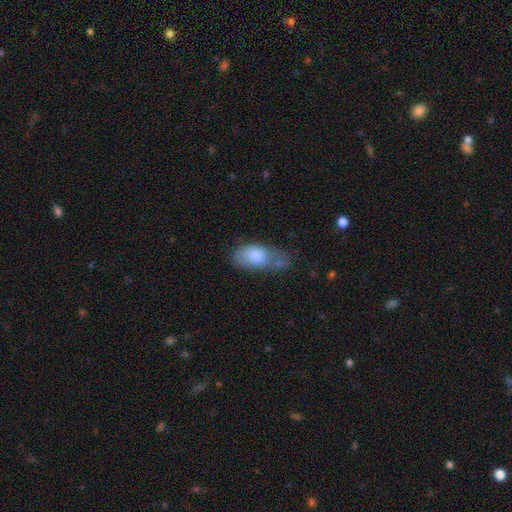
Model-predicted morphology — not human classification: This is likely a smooth galaxy (74%). How rounded: clearly in between (89%). Merging: marginally minor disturbance (32%).